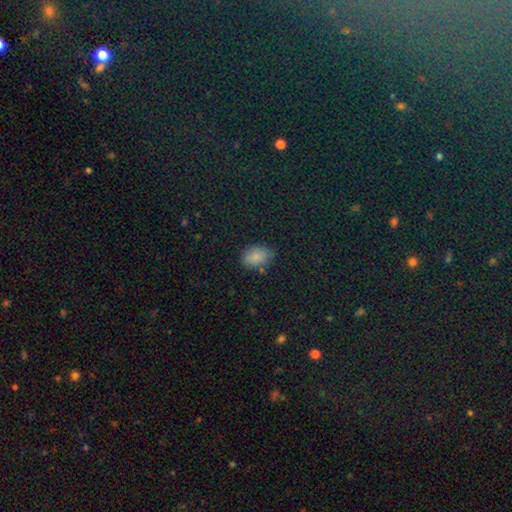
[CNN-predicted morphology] A smooth galaxy with no disk features (85%) that is in between round and cigar-shaped (81%). Merging: none (78%).